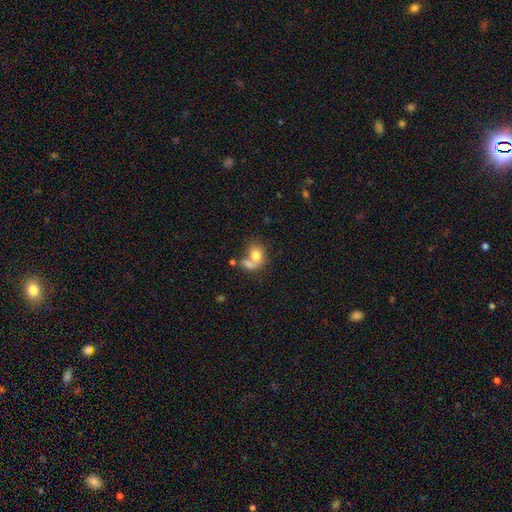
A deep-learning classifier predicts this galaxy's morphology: type=smooth (74%); roundness=in between (51%); merging=merger (50%).